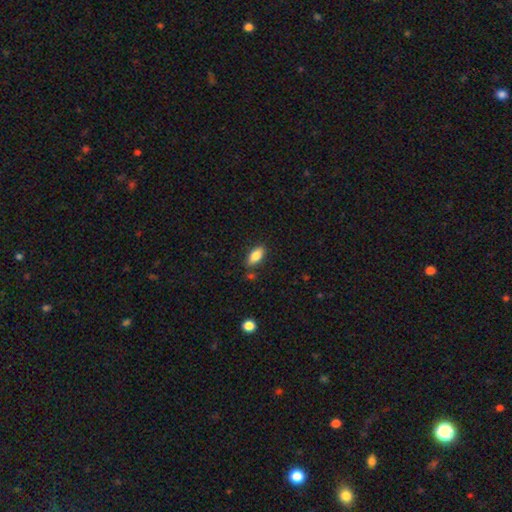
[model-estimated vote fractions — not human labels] Overall: smooth (83%). How rounded: in between (88%). Merging: none (81%).